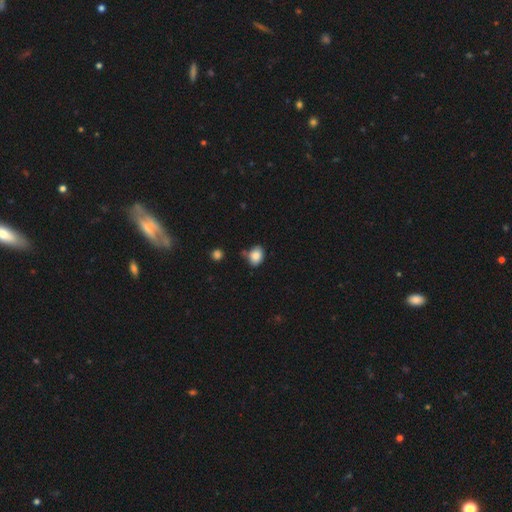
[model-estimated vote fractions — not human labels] Smooth or featured?
  - smooth: 84% *
  - star or artifact: 9%
  - featured or disk: 7%
How rounded?
  - in between: 61% *
  - round: 38%
  - cigar-shaped: 1%
Merging?
  - none: 70% *
  - minor disturbance: 18%
  - merger: 8%
  - major disturbance: 4%